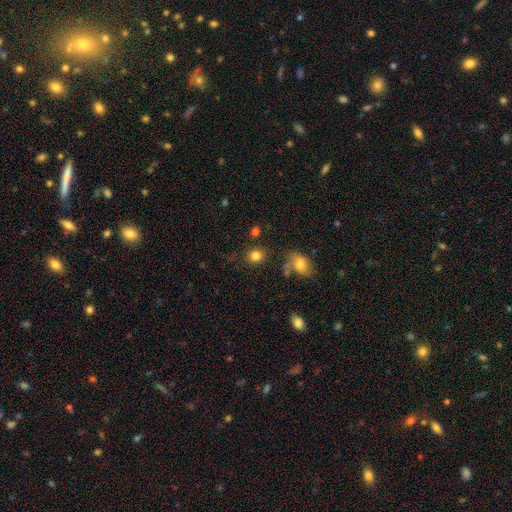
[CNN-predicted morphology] smooth-or-featured: smooth: 83% | star or artifact: 11% | featured or disk: 6%
  how-rounded: round: 69% | in between: 30% | cigar-shaped: 1%
  merging: none: 79% | minor disturbance: 11% | merger: 6% | major disturbance: 4%